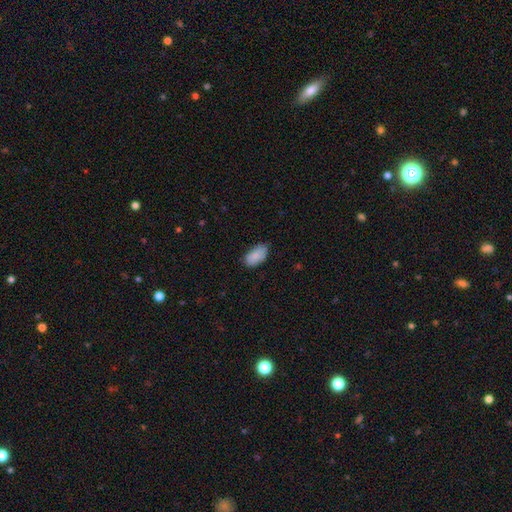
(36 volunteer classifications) A smooth galaxy with no disk features (100%) that is in between round and cigar-shaped (92%).

Vote fractions:
- Smooth or featured? smooth: 100% / featured or disk: 0% / star or artifact: 0%
- How rounded? in between: 92% / round: 6% / cigar-shaped: 3%
- Merging? none: 64% / minor disturbance: 33% / major disturbance: 3% / merger: 0%